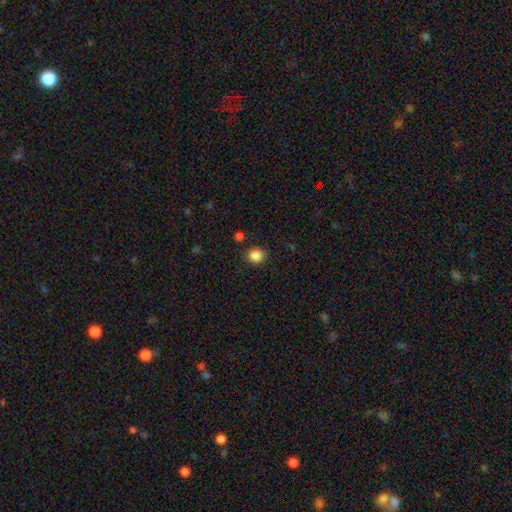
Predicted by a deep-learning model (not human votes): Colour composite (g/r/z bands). It shows a smooth galaxy with no disk features (87%) that is round (81%). Merging: none (87%).